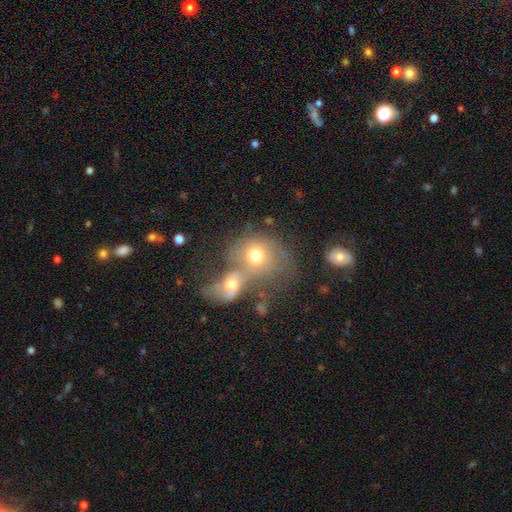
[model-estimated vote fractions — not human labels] Overall: smooth (63%; featured or disk 24%). How rounded: round (64%; in between 34%). Merging: merger (67%).